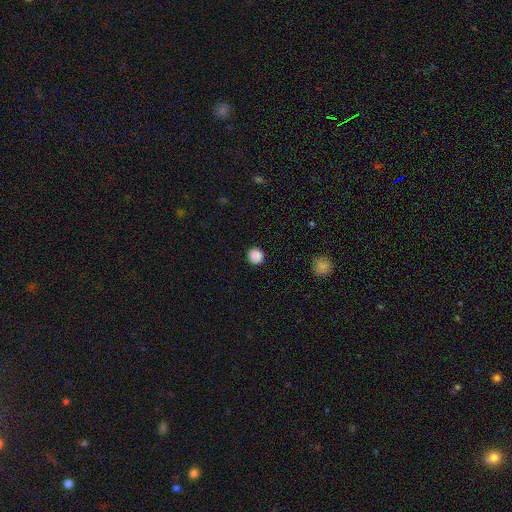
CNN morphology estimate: This is clearly a smooth galaxy (88%). How rounded: clearly round (95%). Merging: clearly none (92%).